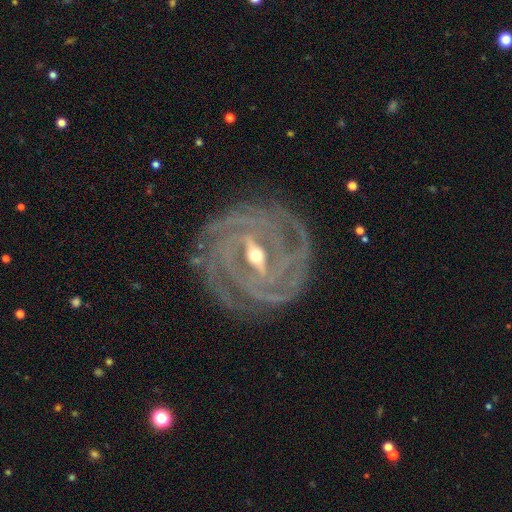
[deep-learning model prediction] Smooth or featured: featured or disk — 92% (star or artifact — 5%)
Edge-on disk: no — 92% (yes — 8%)
Bar: strong — 67% (weak — 24%)
Spiral arms: yes — 95% (no — 5%)
Spiral winding: tight — 75% (medium — 19%)
Spiral arm count: can't tell — 24% (4 — 19%)
Bulge size: moderate — 51% (small — 45%)
Merging: none — 77% (minor disturbance — 14%)